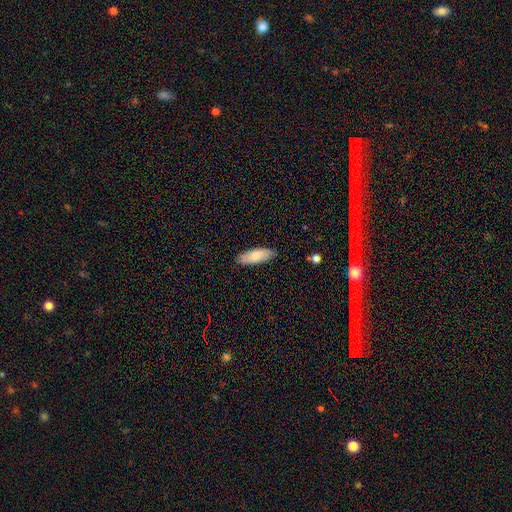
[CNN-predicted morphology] smooth_or_featured: smooth (p=0.77) [alt: featured or disk p=0.17]
how_rounded: in between (p=0.67) [alt: cigar-shaped p=0.32]
merging: none (p=0.87) [alt: minor disturbance p=0.10]